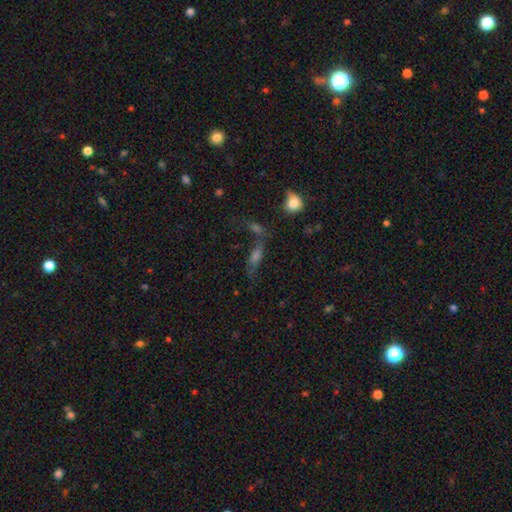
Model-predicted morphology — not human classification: The model was most divided on "smooth or featured": smooth: 42%, featured or disk: 36%, star or artifact: 22%. Remaining: merging — none (49%).